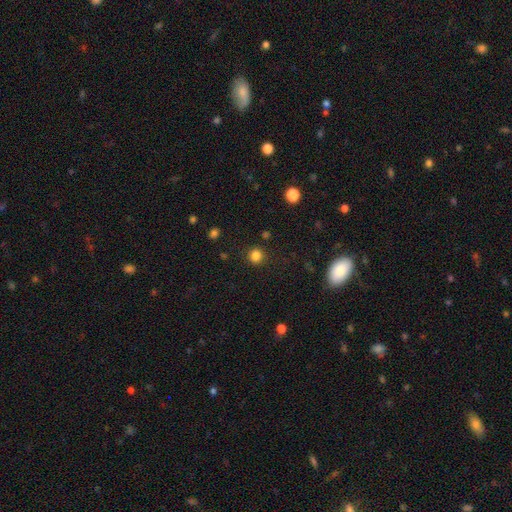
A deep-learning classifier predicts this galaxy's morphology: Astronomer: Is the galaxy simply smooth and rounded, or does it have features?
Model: smooth — 83%.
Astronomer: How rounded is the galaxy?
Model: round — 89%.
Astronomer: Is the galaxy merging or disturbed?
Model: none — 88%.